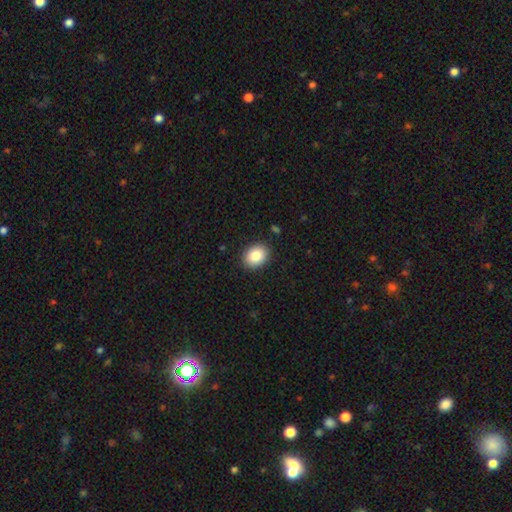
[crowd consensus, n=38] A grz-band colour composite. It shows a smooth galaxy with no disk features (92%) that is in between round and cigar-shaped (54%). Merging: none (97%).